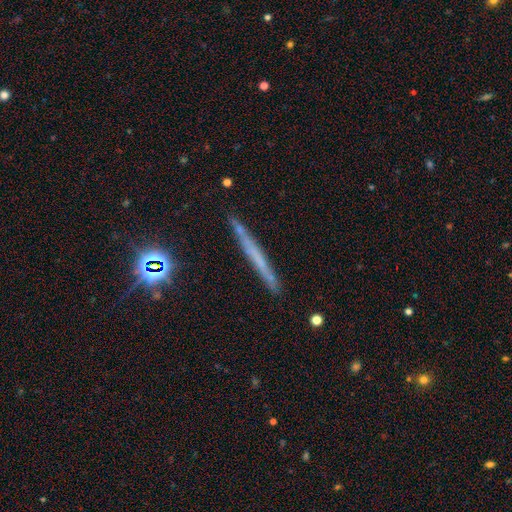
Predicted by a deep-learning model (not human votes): A featured or disk galaxy (45%). Merging: none (86%).